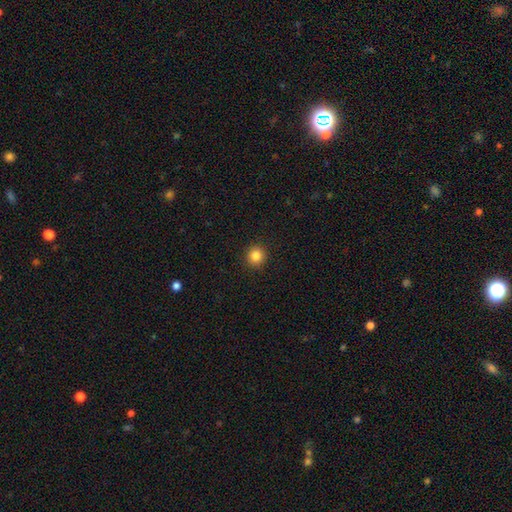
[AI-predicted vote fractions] Smooth or featured? smooth (85%)
How rounded? round (94%)
Merging? none (93%)